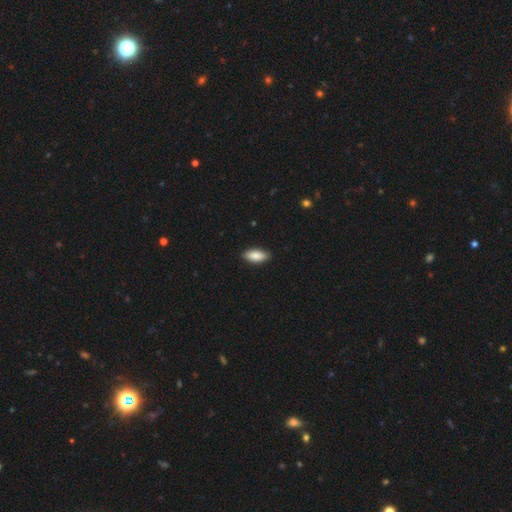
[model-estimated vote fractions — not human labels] A smooth galaxy with no disk features (87%) that is in between round and cigar-shaped (84%). Merging: none (89%).